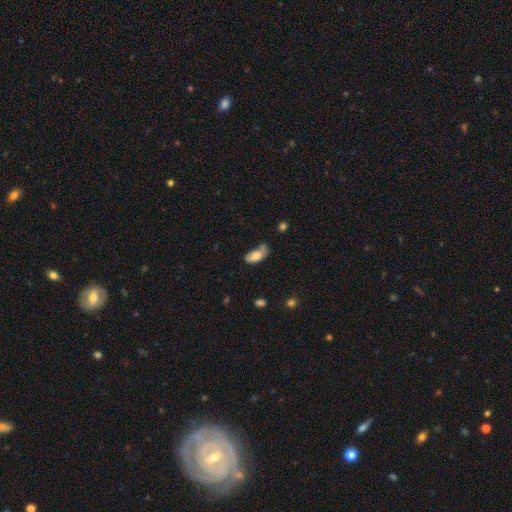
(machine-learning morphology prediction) Overall: smooth (74%). How rounded: in between (89%). Merging: none (48%; minor disturbance 32%).